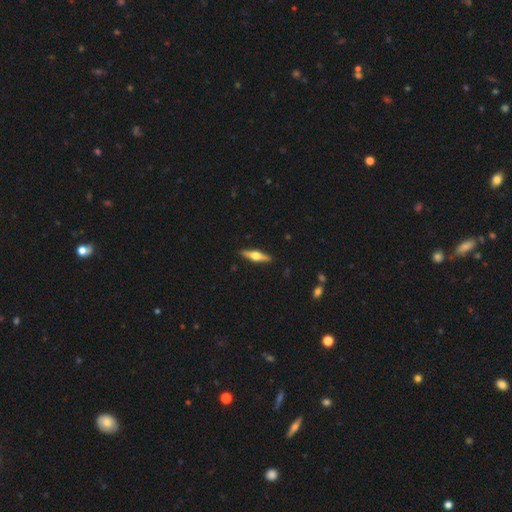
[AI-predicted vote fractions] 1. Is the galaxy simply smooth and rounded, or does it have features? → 64% featured or disk, 31% smooth, 5% star or artifact.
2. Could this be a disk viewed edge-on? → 96% yes, 4% no.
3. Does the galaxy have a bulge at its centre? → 95% rounded, 4% boxy, 2% none.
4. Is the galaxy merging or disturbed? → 91% none, 6% minor disturbance, 1% major disturbance, 1% merger.